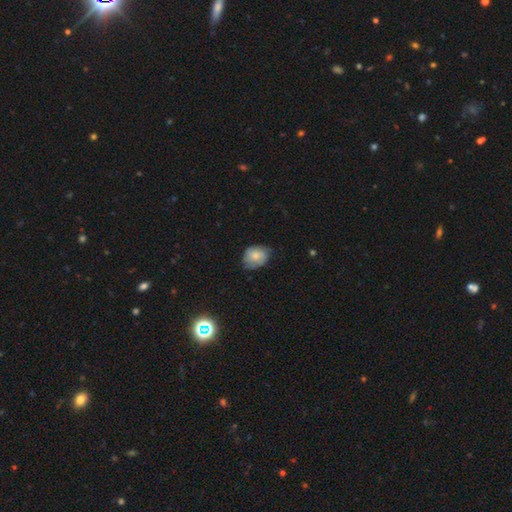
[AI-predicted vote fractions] Smooth or featured? smooth (72%)
How rounded? in between (58%)
Merging? none (60%)